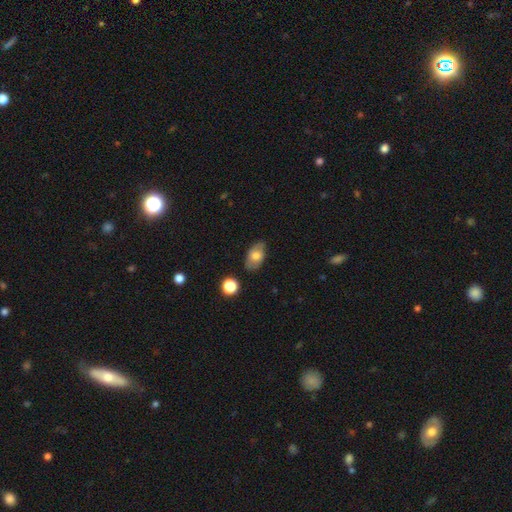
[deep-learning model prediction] A smooth galaxy with no disk features (71%) that is in between round and cigar-shaped (90%).

Vote fractions:
- Smooth or featured? smooth: 71% / featured or disk: 20% / star or artifact: 8%
- How rounded? in between: 90% / round: 8% / cigar-shaped: 2%
- Merging? none: 75% / minor disturbance: 19% / major disturbance: 3% / merger: 2%